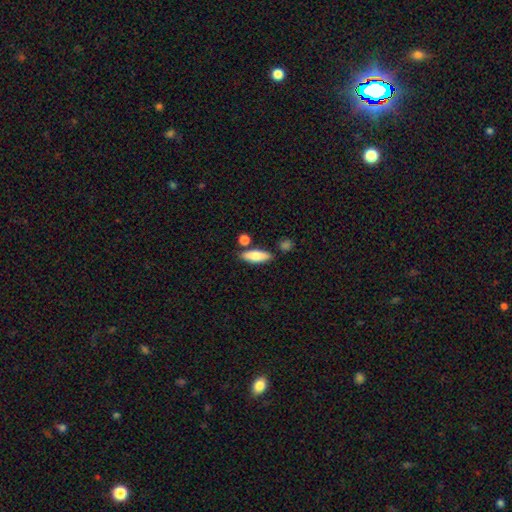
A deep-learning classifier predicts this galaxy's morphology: smooth 79%, featured or disk 15%, star or artifact 6%. Down the decision tree: how rounded — in between (62%); merging — none (77%).